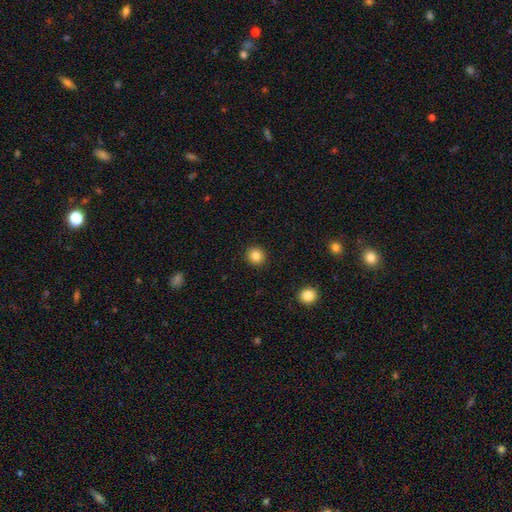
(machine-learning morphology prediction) Q: Smooth or featured?
A: smooth (85%); runner-up: star or artifact (10%)
Q: How rounded?
A: round (90%); runner-up: in between (9%)
Q: Merging?
A: none (92%); runner-up: minor disturbance (5%)